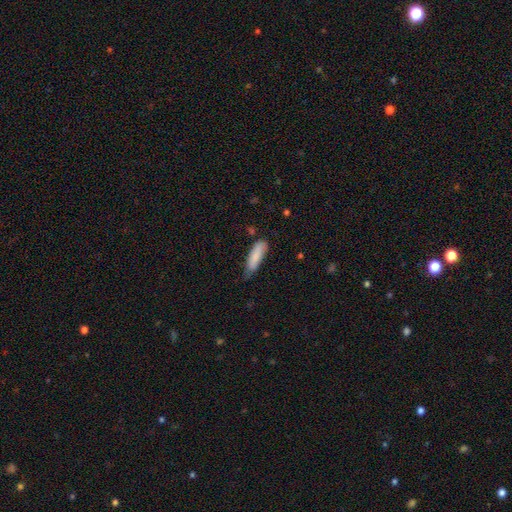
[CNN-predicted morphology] A smooth galaxy with no disk features (84%) that is cigar-shaped (51%). Merging: none (52%).